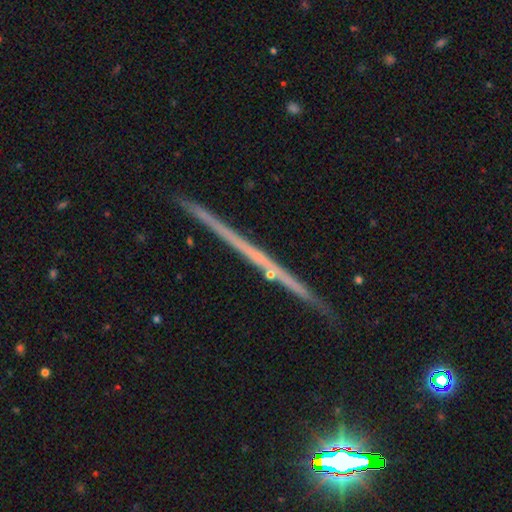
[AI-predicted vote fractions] featured or disk 62%, star or artifact 19%, smooth 18%. Down the decision tree: edge-on disk — yes (96%); edge-on bulge — none (83%); merging — none (88%).